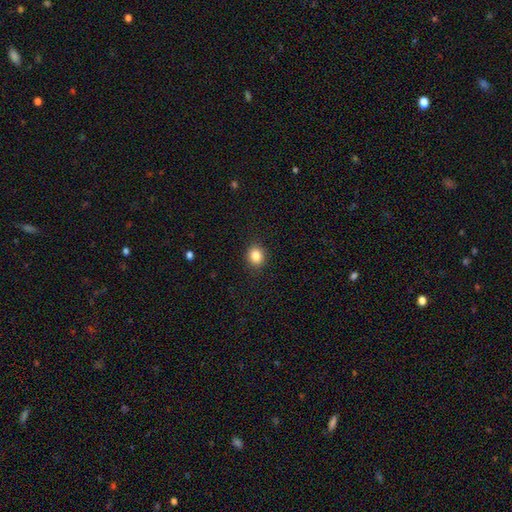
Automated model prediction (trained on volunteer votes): The model was most divided on "how rounded": round: 75%, in between: 24%, cigar-shaped: 1%. More confident: merging — none (90%); smooth or featured — smooth (85%).